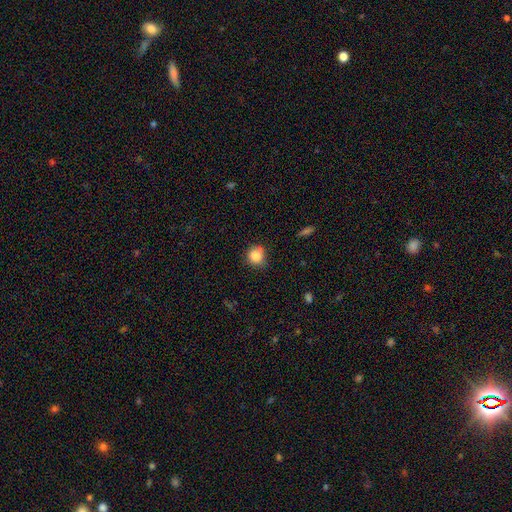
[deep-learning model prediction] A smooth galaxy with no disk features (85%) that is round (88%). Merging: none (72%).